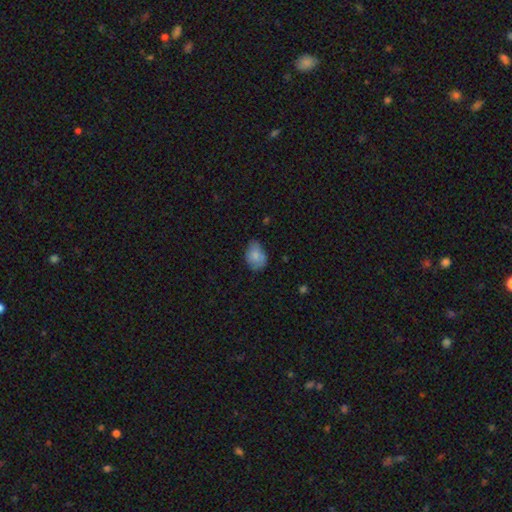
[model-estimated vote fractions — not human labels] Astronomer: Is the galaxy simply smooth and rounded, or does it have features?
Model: smooth — 79%.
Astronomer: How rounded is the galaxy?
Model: in between — 76%.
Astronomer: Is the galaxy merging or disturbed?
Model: none — 55% (runner-up: minor disturbance, 35%).